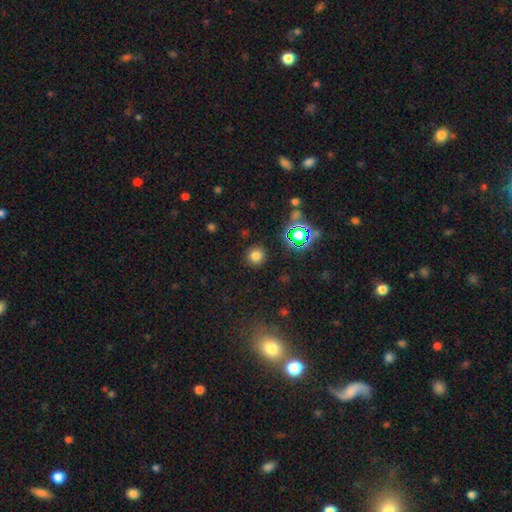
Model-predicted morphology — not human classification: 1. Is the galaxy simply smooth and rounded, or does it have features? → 76% smooth, 18% star or artifact, 5% featured or disk.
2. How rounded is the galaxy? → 92% round, 7% in between, 1% cigar-shaped.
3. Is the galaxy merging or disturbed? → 89% none, 6% minor disturbance, 3% major disturbance, 2% merger.